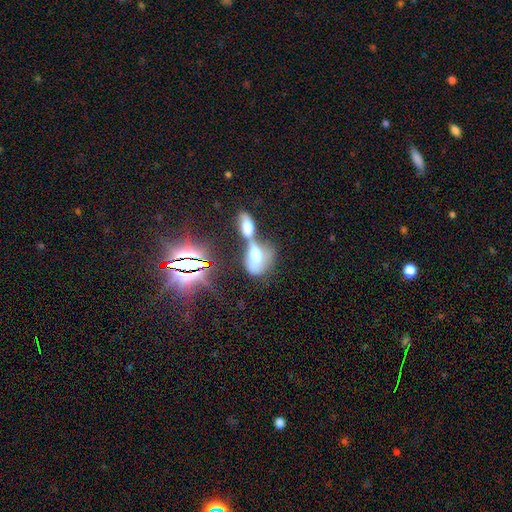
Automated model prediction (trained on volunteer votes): smooth_or_featured: smooth (p=0.55) [alt: featured or disk p=0.30]
how_rounded: in between (p=0.84) [alt: round p=0.10]
merging: merger (p=0.71) [alt: none p=0.13]